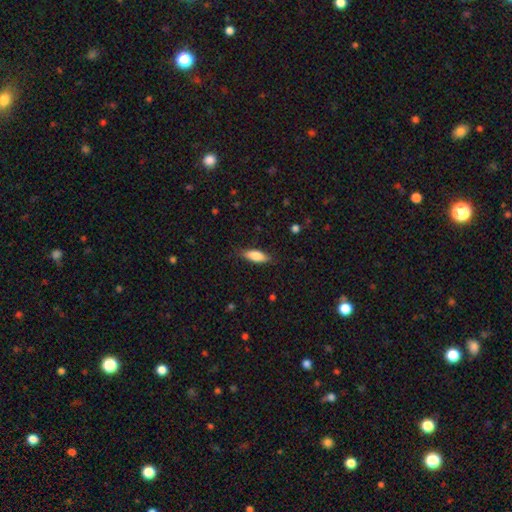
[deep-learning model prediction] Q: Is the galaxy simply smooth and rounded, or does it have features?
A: smooth — 81%.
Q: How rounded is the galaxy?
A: in between — 67%.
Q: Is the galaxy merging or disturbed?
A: none — 82%.